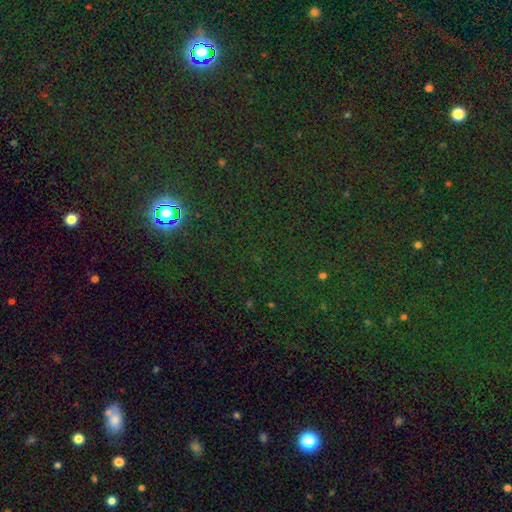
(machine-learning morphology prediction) Smooth or featured? Predicted: star or artifact (p=0.77).